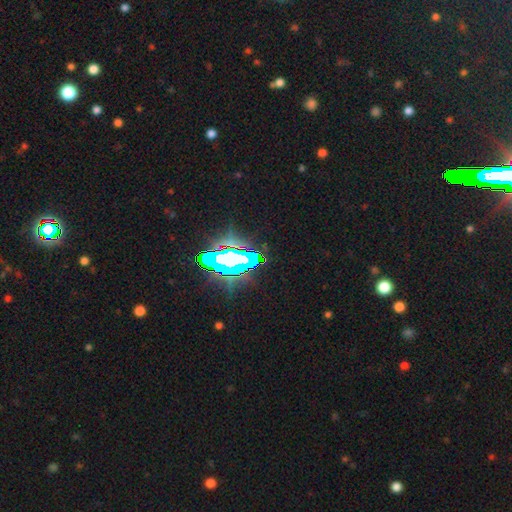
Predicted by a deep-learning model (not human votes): The model was most divided on "smooth or featured": star or artifact: 59%, featured or disk: 24%, smooth: 16%.